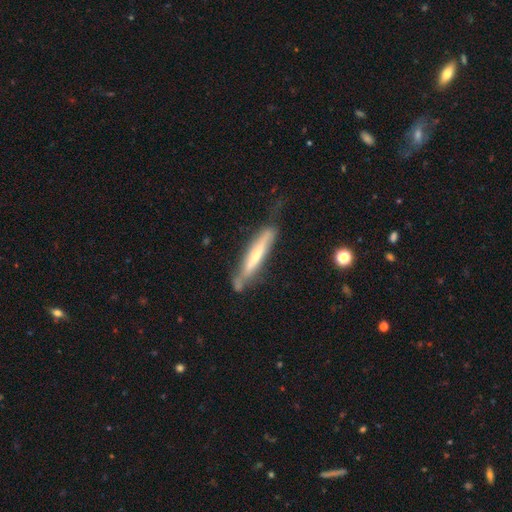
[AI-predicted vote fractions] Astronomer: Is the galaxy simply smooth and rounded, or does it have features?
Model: featured or disk — 51% (runner-up: smooth, 44%).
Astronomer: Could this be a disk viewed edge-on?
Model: yes — 86%.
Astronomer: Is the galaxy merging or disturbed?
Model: none — 55%.